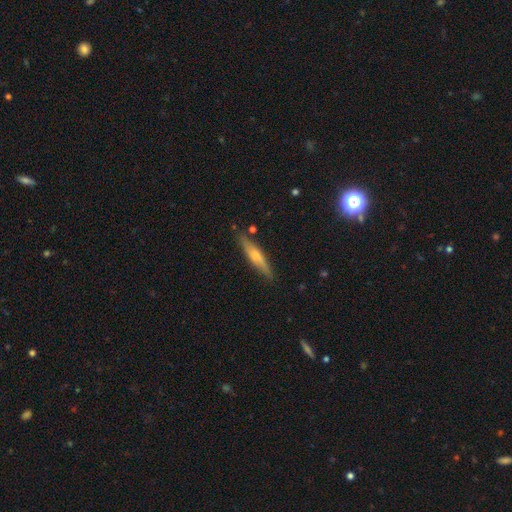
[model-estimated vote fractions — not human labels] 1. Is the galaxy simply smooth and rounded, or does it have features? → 47% smooth, 46% featured or disk, 6% star or artifact.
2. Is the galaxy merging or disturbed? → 84% none, 12% minor disturbance, 2% merger, 2% major disturbance.